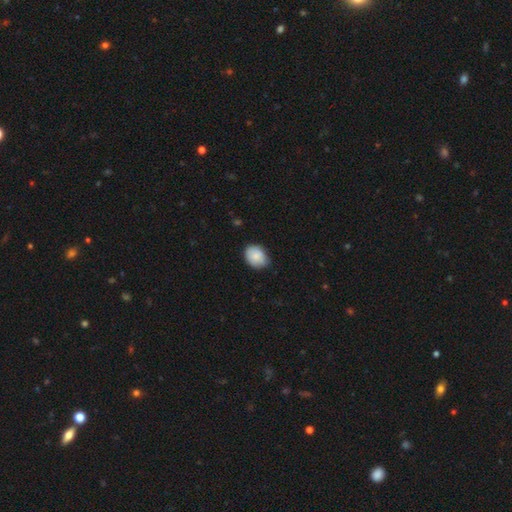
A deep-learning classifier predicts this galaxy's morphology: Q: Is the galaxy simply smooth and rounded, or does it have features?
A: smooth — 86%.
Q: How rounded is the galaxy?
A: in between — 55%.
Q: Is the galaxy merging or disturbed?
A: none — 67%.